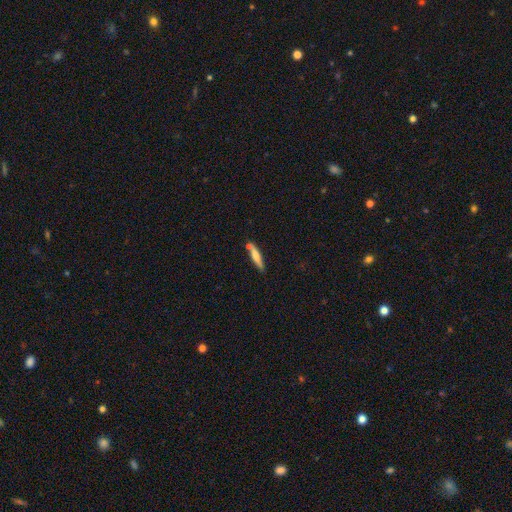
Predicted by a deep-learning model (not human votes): The model was most divided on "smooth or featured": smooth: 63%, featured or disk: 31%, star or artifact: 6%. More confident: how rounded — cigar-shaped (87%); merging — none (69%).